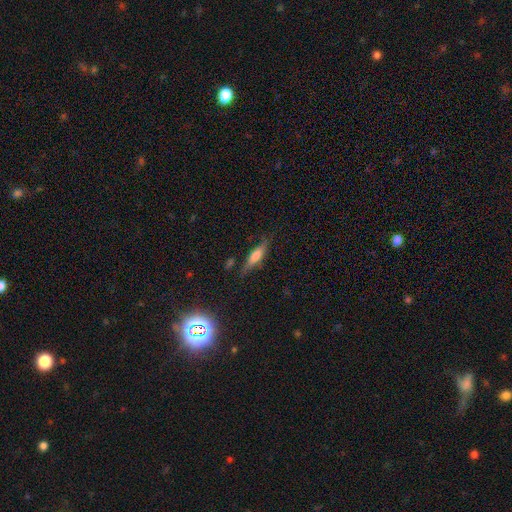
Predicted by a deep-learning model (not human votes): The model was most divided on "smooth or featured": smooth: 49%, featured or disk: 42%, star or artifact: 8%. More confident: merging — none (76%).